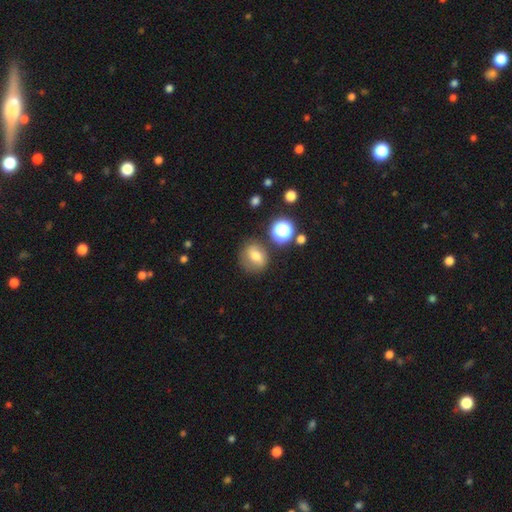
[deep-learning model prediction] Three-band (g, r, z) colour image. It shows a smooth galaxy with no disk features (70%) that is round (54%). Merging: none (72%).